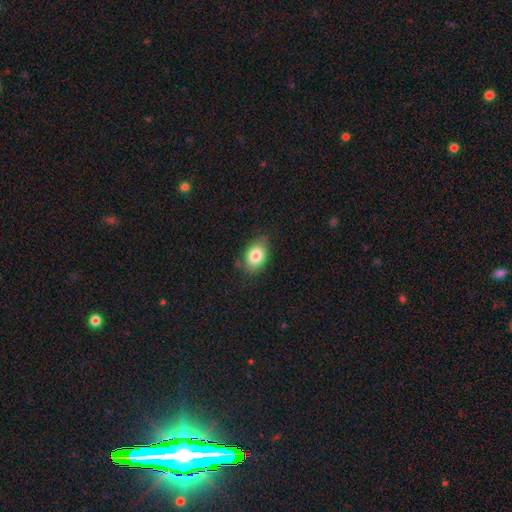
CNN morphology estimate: type=smooth (81%); roundness=in between (82%); merging=none (78%).